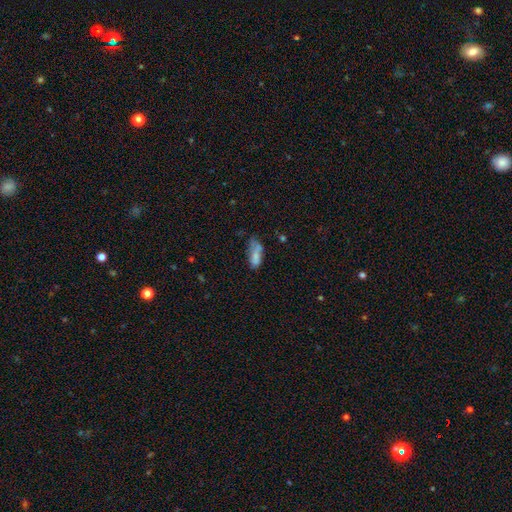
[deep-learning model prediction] smooth 68%, featured or disk 21%, star or artifact 10%. Down the decision tree: how rounded — in between (76%); merging — none (31%).